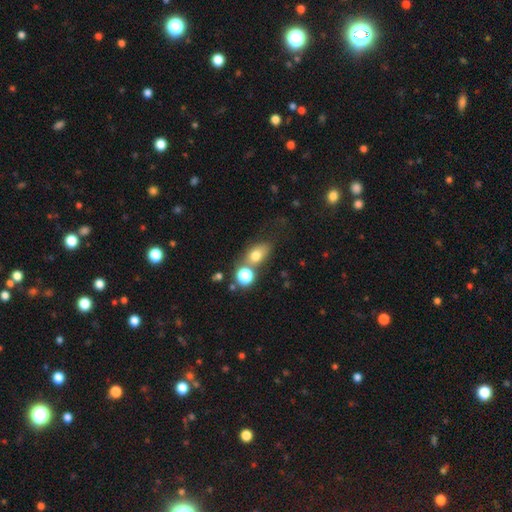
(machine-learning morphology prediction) A smooth galaxy with no disk features (72%) that is in between round and cigar-shaped (69%).

Vote fractions:
- Smooth or featured? smooth: 72% / star or artifact: 15% / featured or disk: 13%
- How rounded? in between: 69% / round: 28% / cigar-shaped: 3%
- Merging? none: 54% / merger: 22% / minor disturbance: 16% / major disturbance: 8%